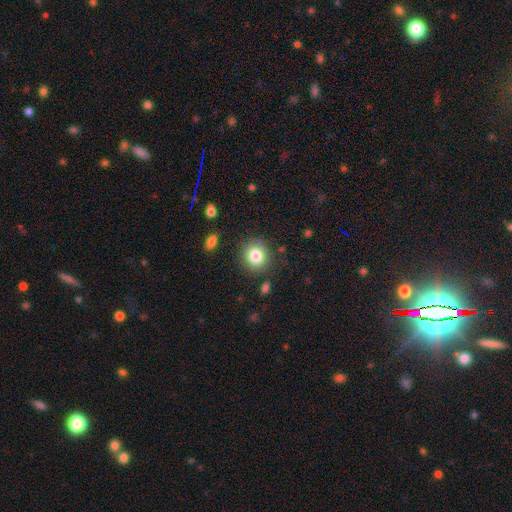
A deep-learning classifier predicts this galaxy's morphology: Smooth or featured? smooth (82%)
How rounded? round (85%)
Merging? none (85%)